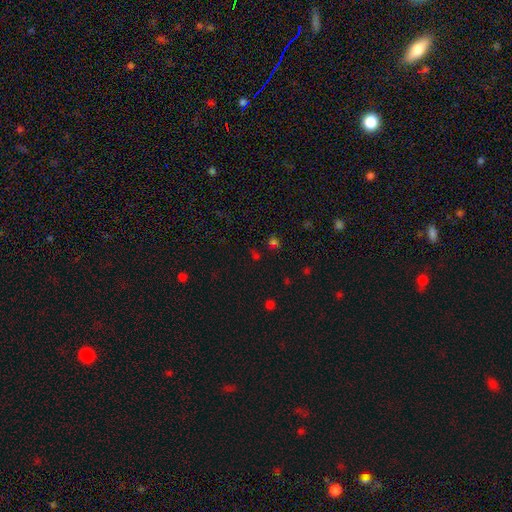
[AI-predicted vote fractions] Smooth or featured? Predicted: star or artifact (p=0.51).